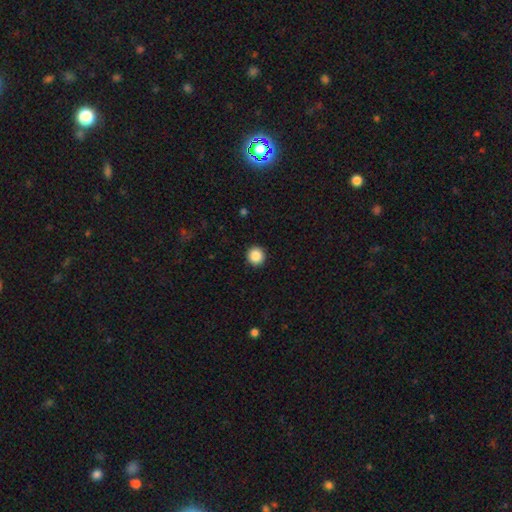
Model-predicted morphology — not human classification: This is clearly a smooth galaxy (88%). How rounded: clearly round (95%). Merging: clearly none (93%).